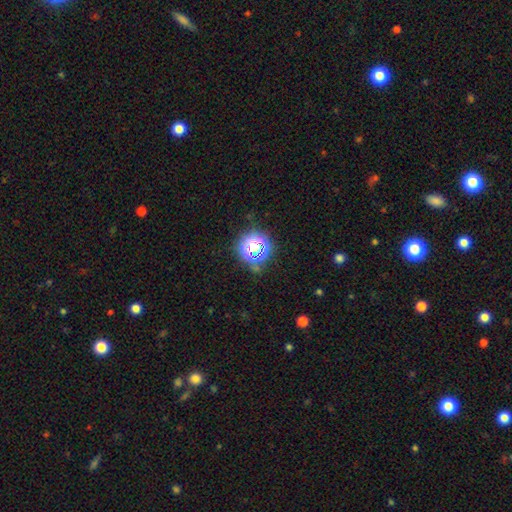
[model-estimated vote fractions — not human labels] Smooth or featured? star or artifact (74%)